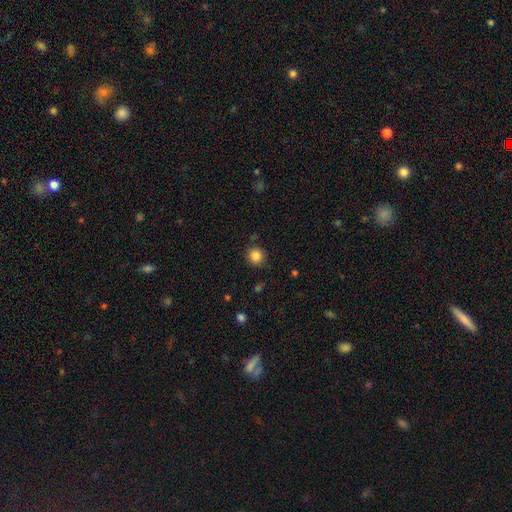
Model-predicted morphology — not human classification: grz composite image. It shows a smooth galaxy with no disk features (85%) that is round (92%). Merging: none (87%).